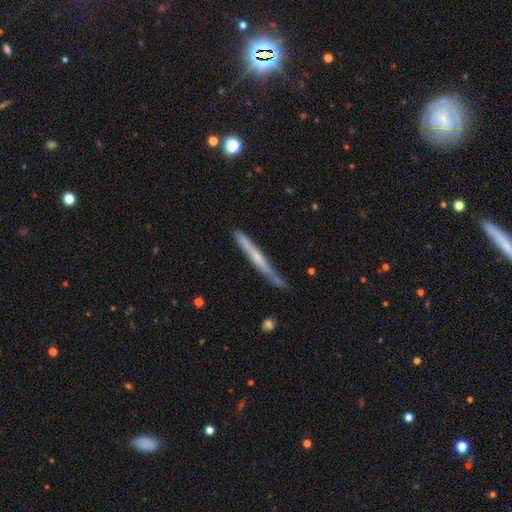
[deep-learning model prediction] Smooth or featured? Predicted: featured or disk (p=0.55). Edge-on disk? Predicted: yes (p=0.96). Edge-on bulge? Predicted: none (p=0.61). Merging? Predicted: none (p=0.80).